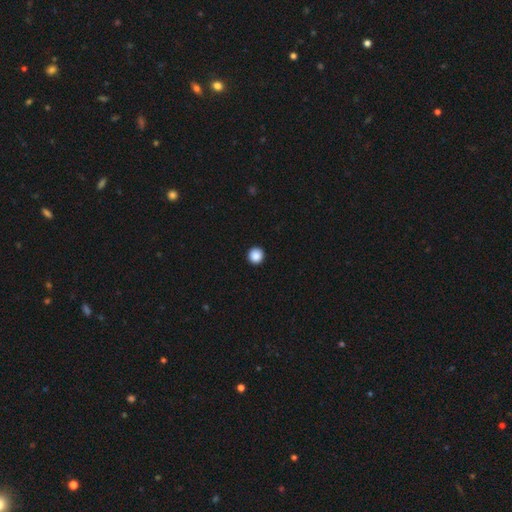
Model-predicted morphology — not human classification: This is clearly a smooth galaxy (89%). How rounded: clearly round (96%). Merging: clearly none (94%).